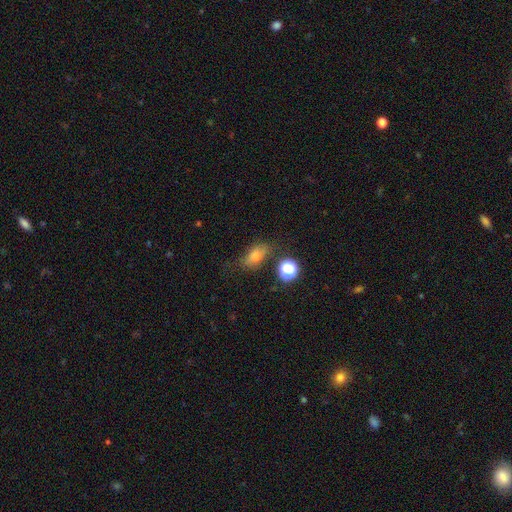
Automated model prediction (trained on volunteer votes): smooth-or-featured: smooth: 64% | star or artifact: 19% | featured or disk: 17%
  how-rounded: in between: 74% | round: 18% | cigar-shaped: 9%
  merging: none: 66% | minor disturbance: 21% | major disturbance: 8% | merger: 5%